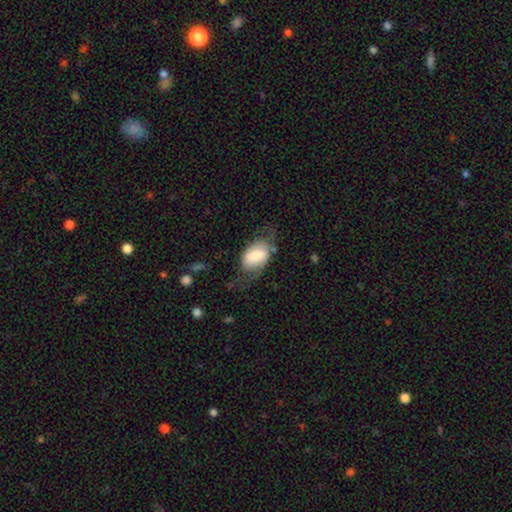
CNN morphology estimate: Smooth or featured?
  - smooth: 63% *
  - featured or disk: 30%
  - star or artifact: 7%
How rounded?
  - in between: 89% *
  - round: 9%
  - cigar-shaped: 2%
Merging?
  - none: 44% *
  - minor disturbance: 28%
  - major disturbance: 26%
  - merger: 3%